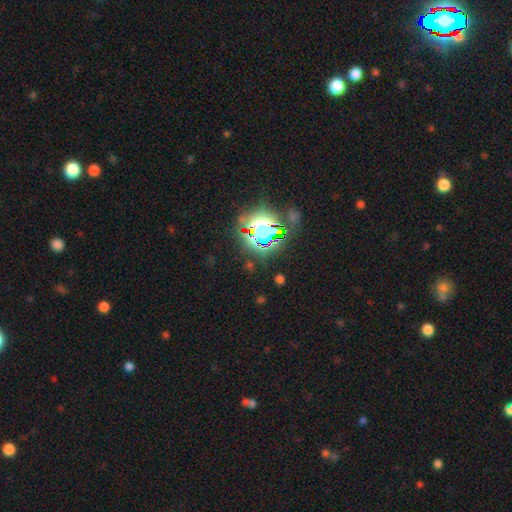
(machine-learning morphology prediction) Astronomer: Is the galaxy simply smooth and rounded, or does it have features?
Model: star or artifact — 85%.